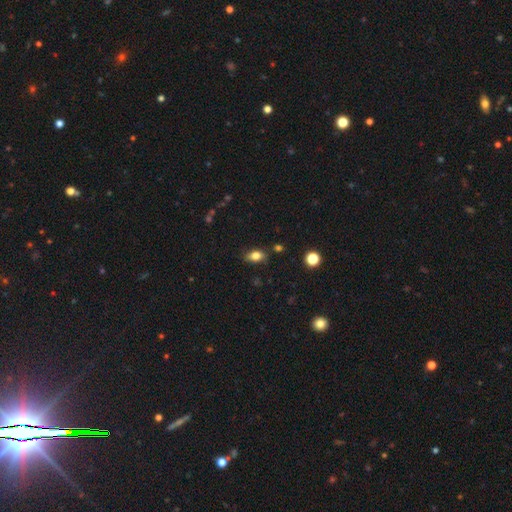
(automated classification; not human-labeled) Smooth or featured: smooth — 82% (star or artifact — 10%)
How rounded: in between — 85% (round — 11%)
Merging: none — 81% (minor disturbance — 13%)